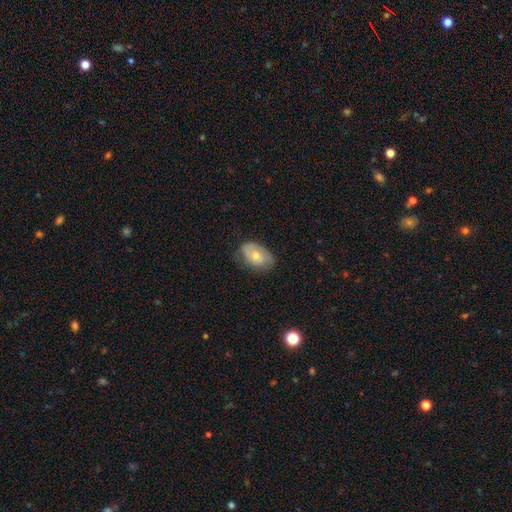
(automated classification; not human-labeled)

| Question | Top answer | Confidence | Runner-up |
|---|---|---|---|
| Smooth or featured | smooth | 62% | featured or disk (31%) |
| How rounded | in between | 88% | round (10%) |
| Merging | none | 65% | minor disturbance (27%) |